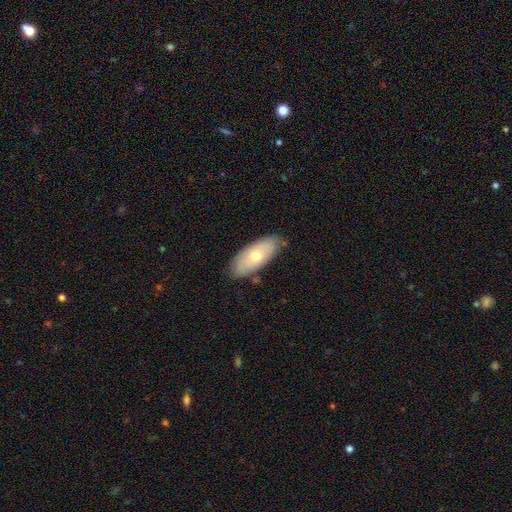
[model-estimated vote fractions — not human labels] Smooth or featured?
  - smooth: 60% *
  - featured or disk: 34%
  - star or artifact: 6%
How rounded?
  - in between: 85% *
  - cigar-shaped: 13%
  - round: 3%
Merging?
  - none: 80% *
  - minor disturbance: 15%
  - major disturbance: 3%
  - merger: 2%